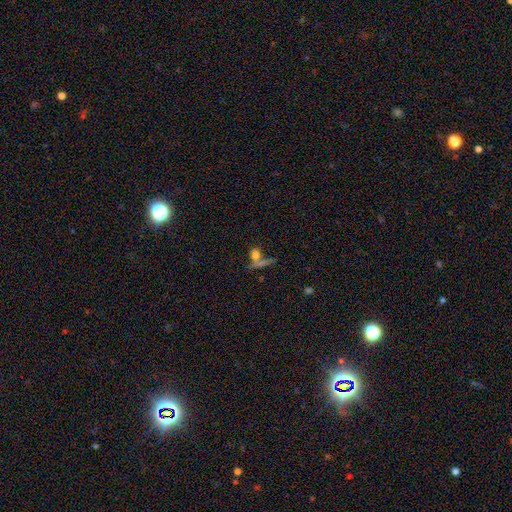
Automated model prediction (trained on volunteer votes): This appears to be a smooth galaxy with no disk features (65%) that is round (46%). Merging: none (47%).